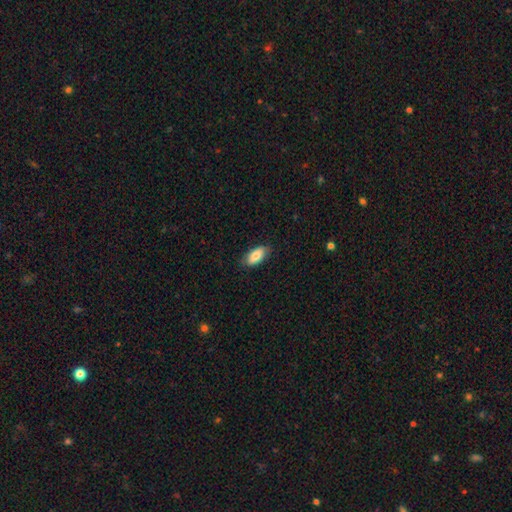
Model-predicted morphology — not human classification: A smooth galaxy with no disk features (81%) that is in between round and cigar-shaped (91%).

Vote fractions:
- Smooth or featured? smooth: 81% / featured or disk: 13% / star or artifact: 6%
- How rounded? in between: 91% / cigar-shaped: 6% / round: 3%
- Merging? none: 83% / minor disturbance: 14% / major disturbance: 2% / merger: 1%